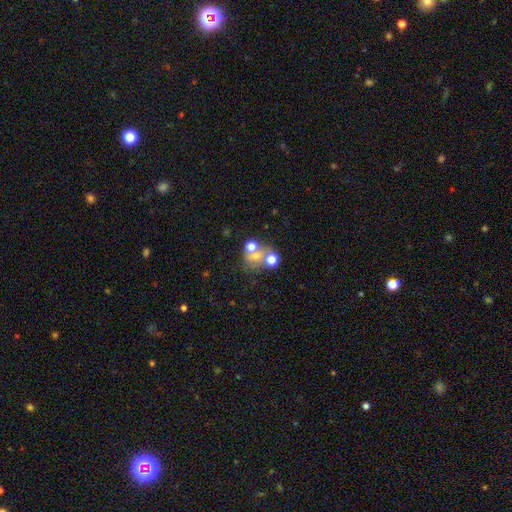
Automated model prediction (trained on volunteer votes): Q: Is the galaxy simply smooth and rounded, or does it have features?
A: smooth — 51%.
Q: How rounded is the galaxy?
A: round — 67%.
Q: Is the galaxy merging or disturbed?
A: merger — 45%.